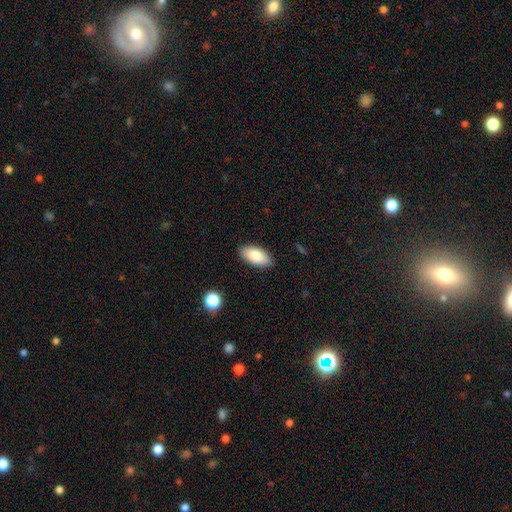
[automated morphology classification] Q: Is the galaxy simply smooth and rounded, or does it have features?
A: smooth — 84%.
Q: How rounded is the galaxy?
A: in between — 93%.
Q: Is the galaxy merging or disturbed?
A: none — 87%.